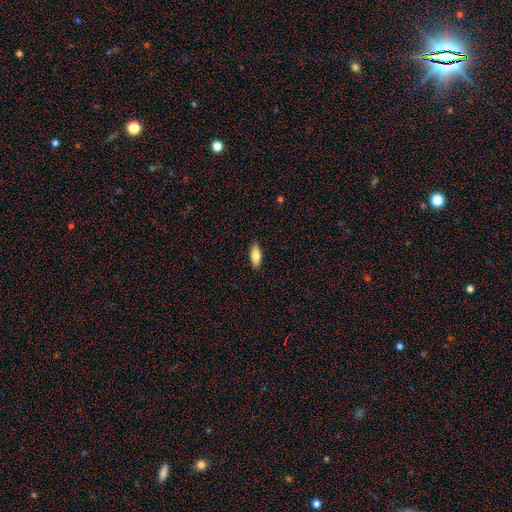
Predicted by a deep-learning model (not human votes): Smooth or featured?
  - smooth: 81% *
  - featured or disk: 12%
  - star or artifact: 6%
How rounded?
  - in between: 80% *
  - cigar-shaped: 18%
  - round: 2%
Merging?
  - none: 89% *
  - minor disturbance: 9%
  - major disturbance: 2%
  - merger: 1%